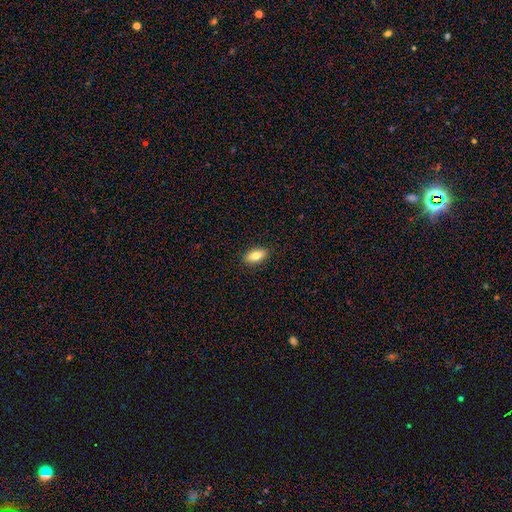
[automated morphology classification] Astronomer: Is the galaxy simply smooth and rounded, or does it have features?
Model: smooth — 81%.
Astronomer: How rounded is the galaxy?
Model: in between — 86%.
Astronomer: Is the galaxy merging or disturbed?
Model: none — 89%.